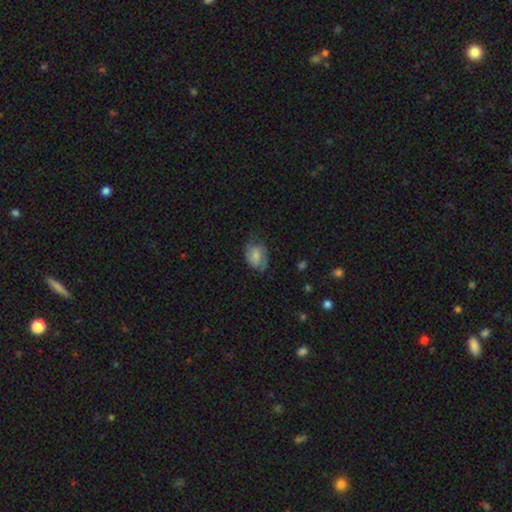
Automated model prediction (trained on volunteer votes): Morphology: type=smooth (53%); roundness=in between (71%); merging=none (58%).